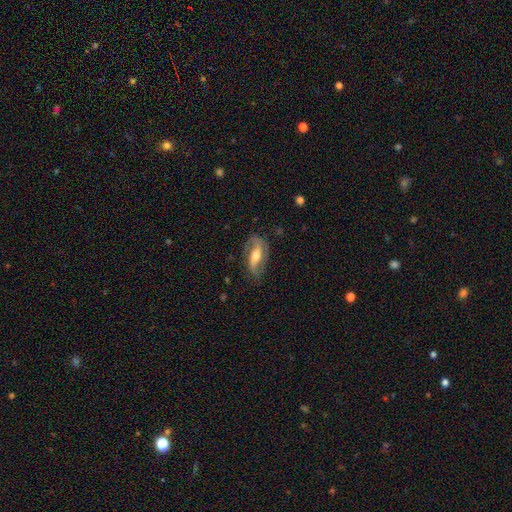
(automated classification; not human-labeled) Smooth or featured?
  - featured or disk: 72% *
  - smooth: 22%
  - star or artifact: 6%
Edge-on disk?
  - no: 86% *
  - yes: 14%
Bar?
  - strong: 40% *
  - weak: 35%
  - no: 26%
Spiral arms?
  - yes: 87% *
  - no: 13%
Spiral winding?
  - loose: 54% *
  - medium: 32%
  - tight: 14%
Spiral arm count?
  - 2: 86% *
  - can't tell: 6%
  - 1: 5%
  - 3: 1%
  - 4: 1%
  - more than 4: 1%
Bulge size?
  - moderate: 66% *
  - small: 20%
  - large: 10%
  - none: 2%
  - dominant: 1%
Merging?
  - none: 71% *
  - minor disturbance: 20%
  - major disturbance: 8%
  - merger: 2%